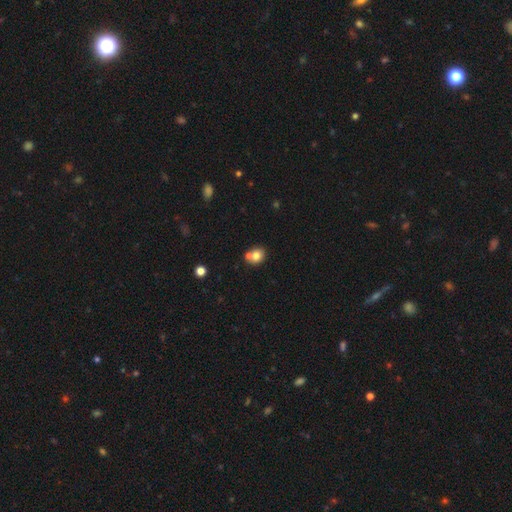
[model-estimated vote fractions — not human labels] smooth-or-featured: smooth: 76% | featured or disk: 13% | star or artifact: 11%
  how-rounded: round: 67% | in between: 32% | cigar-shaped: 1%
  merging: none: 51% | merger: 37% | minor disturbance: 10% | major disturbance: 3%